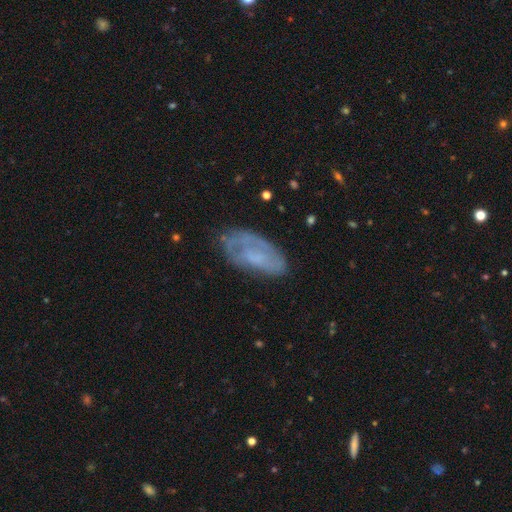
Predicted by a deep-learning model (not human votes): Smooth or featured? Predicted: featured or disk (p=0.55). Edge-on disk? Predicted: no (p=0.90). Merging? Predicted: none (p=0.66).